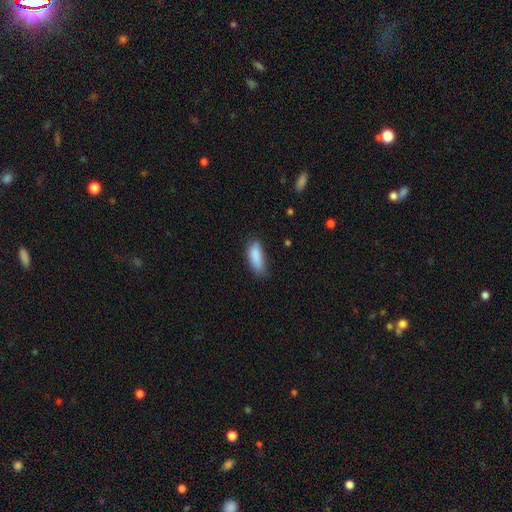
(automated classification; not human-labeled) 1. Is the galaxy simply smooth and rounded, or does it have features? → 86% smooth, 8% star or artifact, 7% featured or disk.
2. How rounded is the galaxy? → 69% in between, 29% cigar-shaped, 2% round.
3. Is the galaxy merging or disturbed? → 58% none, 32% minor disturbance, 8% major disturbance, 2% merger.